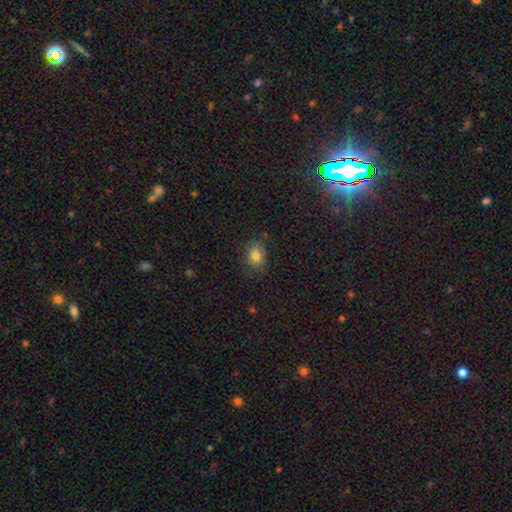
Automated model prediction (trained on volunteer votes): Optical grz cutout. It shows a smooth galaxy with no disk features (80%) that is in between round and cigar-shaped (52%). Merging: none (77%).